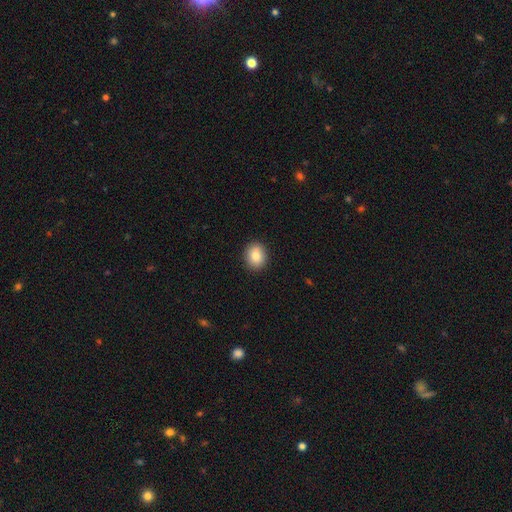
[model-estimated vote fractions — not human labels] This is clearly a smooth galaxy (84%). How rounded: likely round (62%). Merging: clearly none (91%).